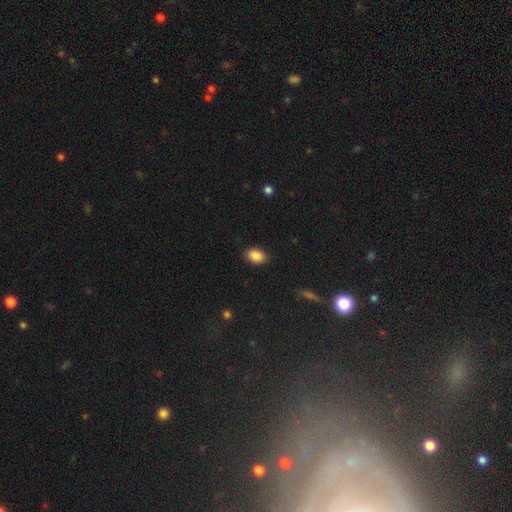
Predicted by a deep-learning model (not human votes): smooth 88%, star or artifact 8%, featured or disk 4%. Down the decision tree: how rounded — in between (84%); merging — none (88%).